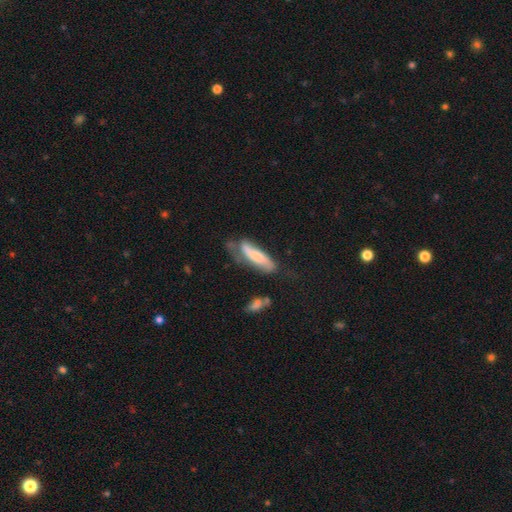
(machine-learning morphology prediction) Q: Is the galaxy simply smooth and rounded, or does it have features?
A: smooth — 53%.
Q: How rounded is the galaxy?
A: cigar-shaped — 56%.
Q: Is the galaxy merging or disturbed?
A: none — 40%.